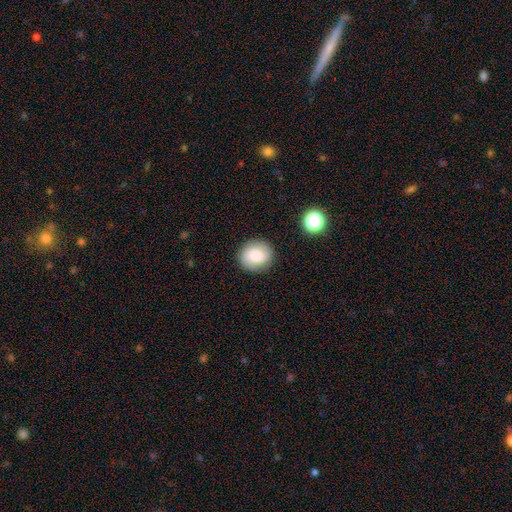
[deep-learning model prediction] Q: Smooth or featured?
A: smooth (77%); runner-up: featured or disk (15%)
Q: How rounded?
A: round (85%); runner-up: in between (14%)
Q: Merging?
A: none (87%); runner-up: minor disturbance (9%)